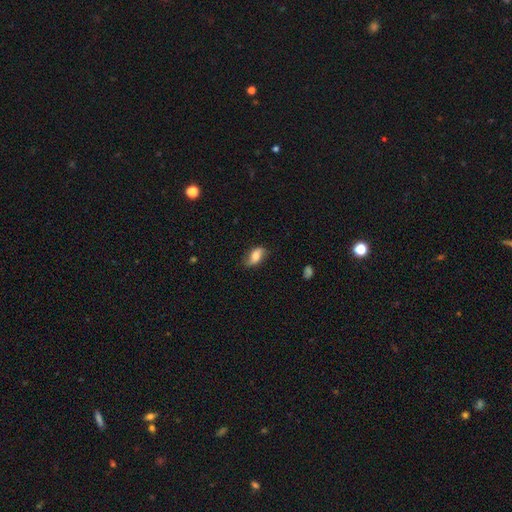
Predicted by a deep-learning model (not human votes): Smooth or featured?
  - smooth: 54% *
  - featured or disk: 38%
  - star or artifact: 8%
How rounded?
  - in between: 86% *
  - cigar-shaped: 7%
  - round: 7%
Merging?
  - none: 74% *
  - minor disturbance: 20%
  - major disturbance: 5%
  - merger: 1%